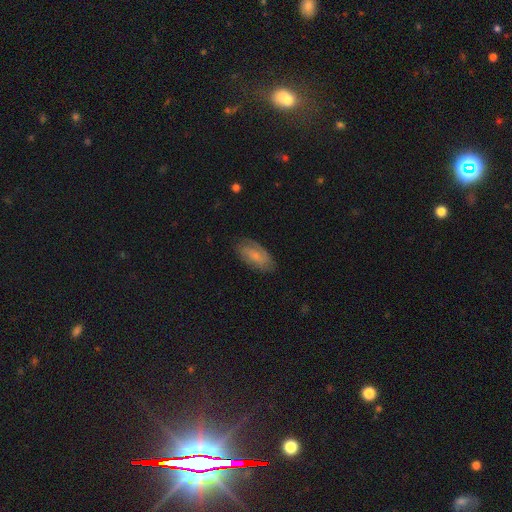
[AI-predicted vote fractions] Smooth or featured? Predicted: smooth (p=0.47). Merging? Predicted: none (p=0.77).